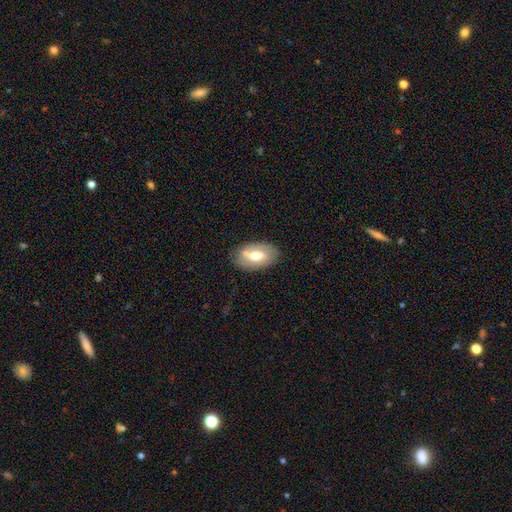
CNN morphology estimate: Smooth or featured? Predicted: smooth (p=0.56). How rounded? Predicted: in between (p=0.92). Merging? Predicted: none (p=0.75).